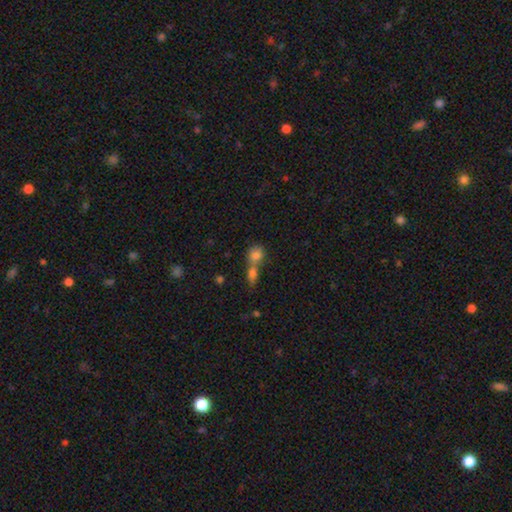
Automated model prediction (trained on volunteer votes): The model was most divided on "how rounded": round: 57%, in between: 40%, cigar-shaped: 3%. More confident: smooth or featured — smooth (80%); merging — merger (61%).